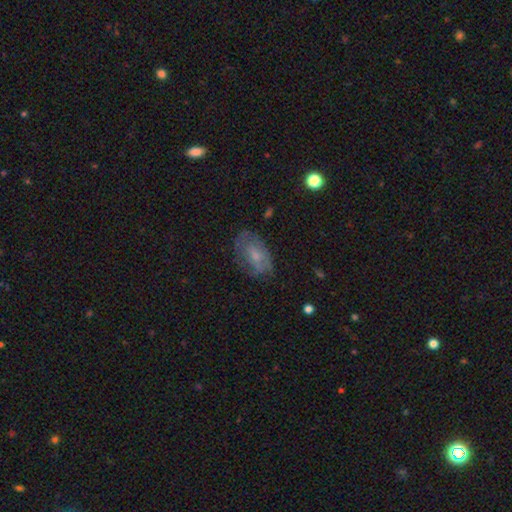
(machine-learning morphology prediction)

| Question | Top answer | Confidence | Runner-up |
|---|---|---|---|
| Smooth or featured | smooth | 48% | featured or disk (43%) |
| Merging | none | 62% | minor disturbance (25%) |